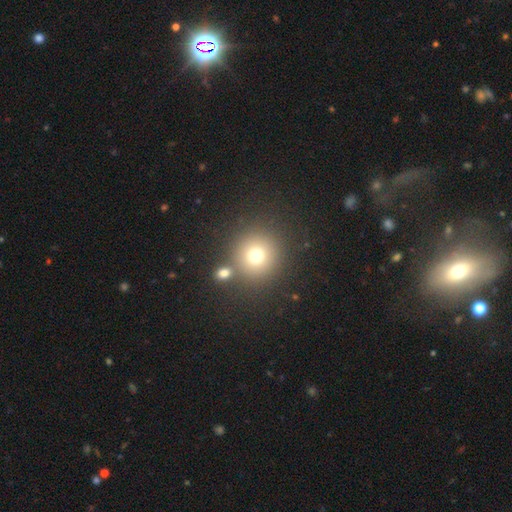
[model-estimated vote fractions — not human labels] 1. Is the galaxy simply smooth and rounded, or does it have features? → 73% smooth, 16% star or artifact, 11% featured or disk.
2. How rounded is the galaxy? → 93% round, 6% in between, 1% cigar-shaped.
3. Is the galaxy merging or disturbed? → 77% none, 12% merger, 7% minor disturbance, 4% major disturbance.